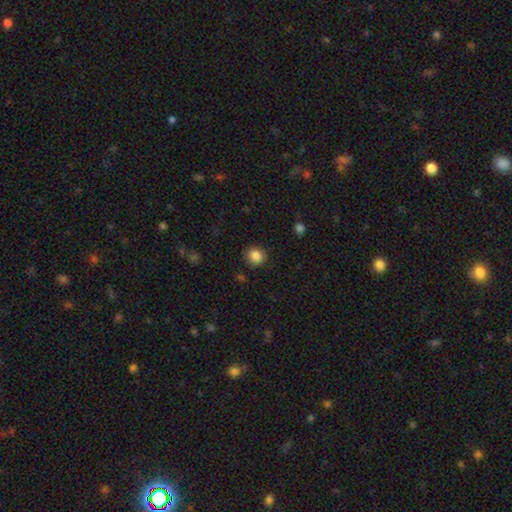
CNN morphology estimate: Smooth or featured? Predicted: smooth (p=0.86). How rounded? Predicted: round (p=0.86). Merging? Predicted: none (p=0.88).